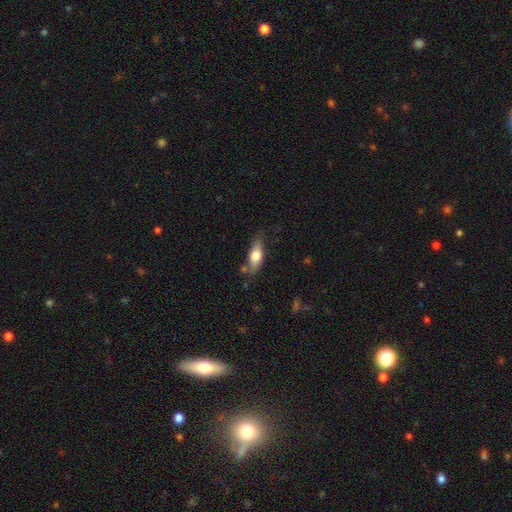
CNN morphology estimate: A smooth galaxy with no disk features (67%) that is in between round and cigar-shaped (70%).

Vote fractions:
- Smooth or featured? smooth: 67% / featured or disk: 27% / star or artifact: 6%
- How rounded? in between: 70% / cigar-shaped: 27% / round: 4%
- Merging? none: 68% / minor disturbance: 22% / major disturbance: 5% / merger: 5%